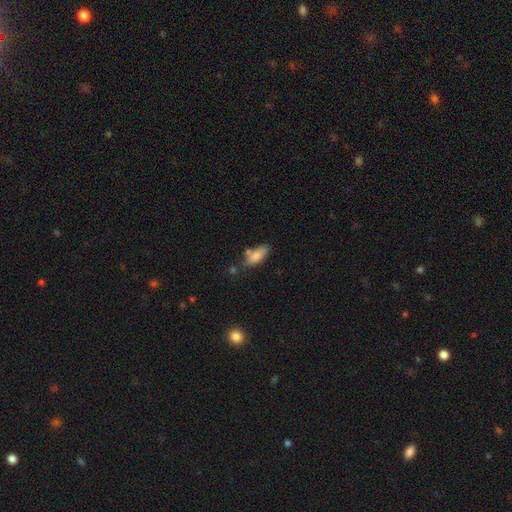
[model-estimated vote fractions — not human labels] This appears to be a smooth galaxy with no disk features (80%) that is in between round and cigar-shaped (79%). Merging: none (51%).